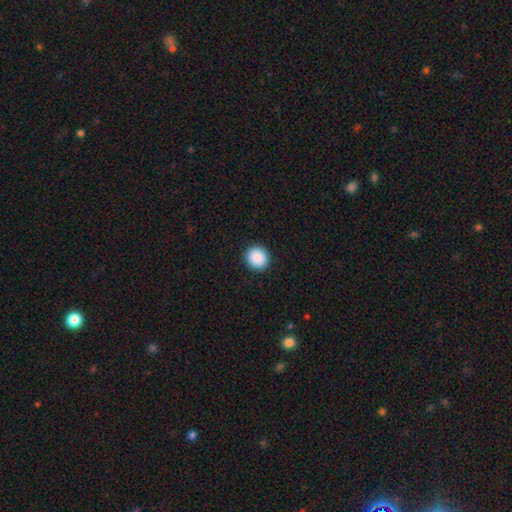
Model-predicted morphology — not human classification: smooth-or-featured: smooth: 89% | star or artifact: 8% | featured or disk: 3%
  how-rounded: round: 87% | in between: 12% | cigar-shaped: 1%
  merging: none: 92% | minor disturbance: 5% | major disturbance: 2% | merger: 1%